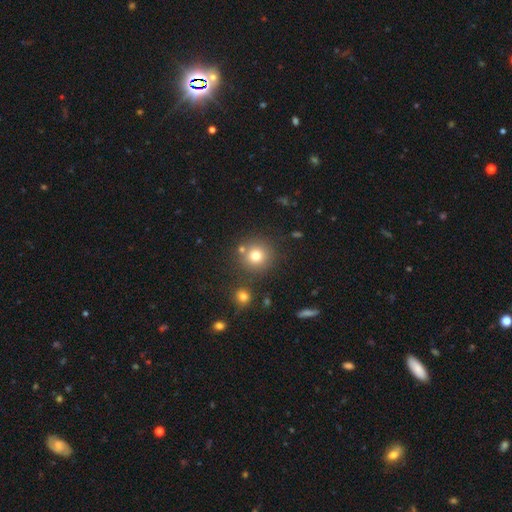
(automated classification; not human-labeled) A smooth galaxy with no disk features (76%) that is round (94%).

Vote fractions:
- Smooth or featured? smooth: 76% / star or artifact: 14% / featured or disk: 9%
- How rounded? round: 94% / in between: 6% / cigar-shaped: 1%
- Merging? none: 80% / merger: 10% / minor disturbance: 8% / major disturbance: 3%